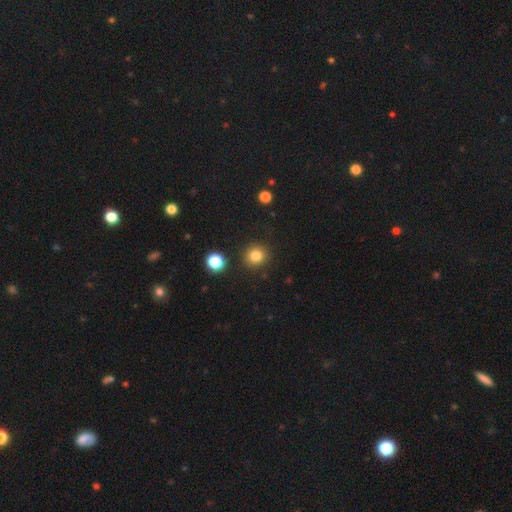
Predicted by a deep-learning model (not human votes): Smooth or featured? Predicted: smooth (p=0.82). How rounded? Predicted: round (p=0.89). Merging? Predicted: none (p=0.89).